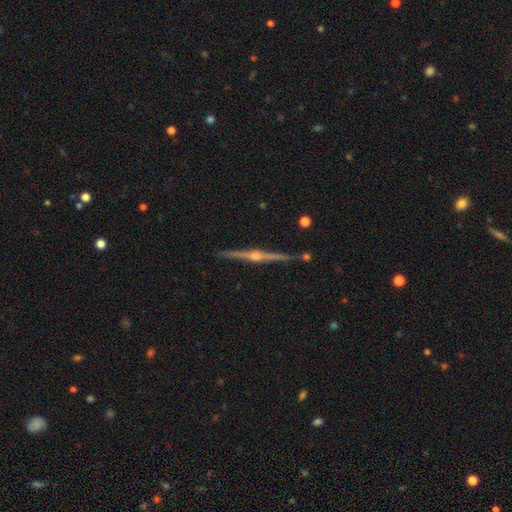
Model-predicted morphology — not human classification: type=featured or disk (90%); edge-on=yes (99%); edge-on bulge=rounded (92%); merging=none (91%).